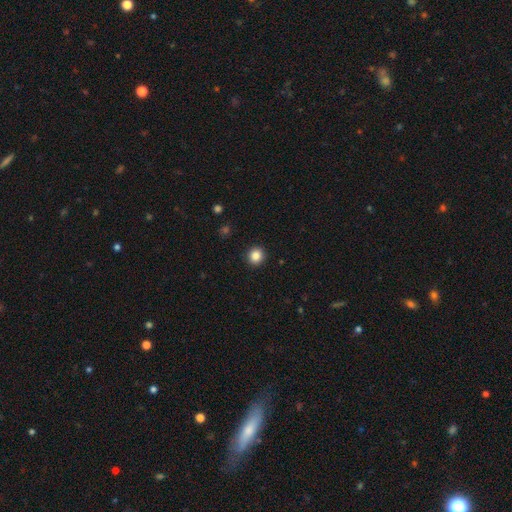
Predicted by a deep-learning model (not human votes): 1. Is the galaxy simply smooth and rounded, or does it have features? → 85% smooth, 11% star or artifact, 4% featured or disk.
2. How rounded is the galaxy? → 92% round, 7% in between, 1% cigar-shaped.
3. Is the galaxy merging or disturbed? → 92% none, 5% minor disturbance, 2% major disturbance, 1% merger.